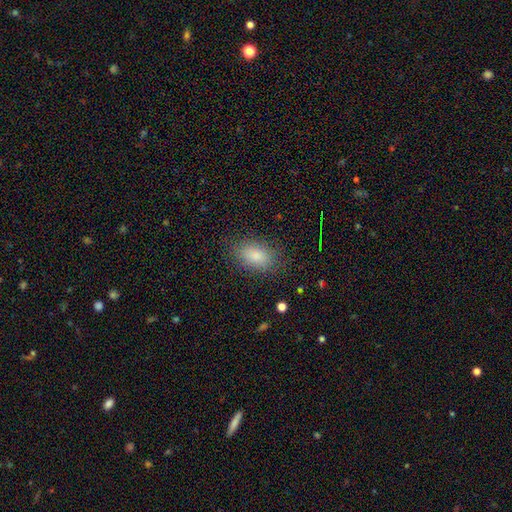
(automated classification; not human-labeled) Smooth or featured? smooth (84%)
How rounded? in between (89%)
Merging? none (82%)